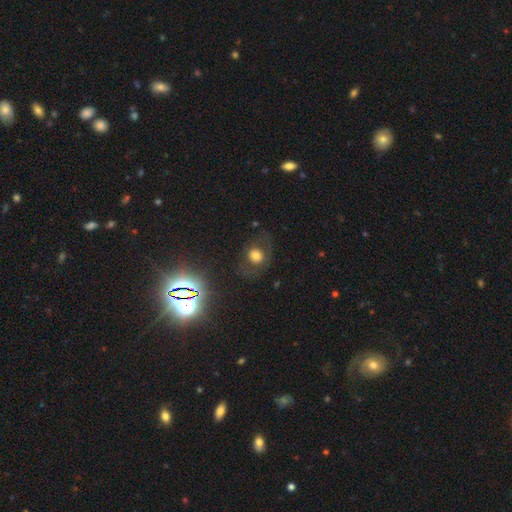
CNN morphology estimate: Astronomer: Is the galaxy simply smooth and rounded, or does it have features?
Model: smooth — 60%.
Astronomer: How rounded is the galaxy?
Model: round — 74%.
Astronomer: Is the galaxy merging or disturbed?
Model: none — 68%.